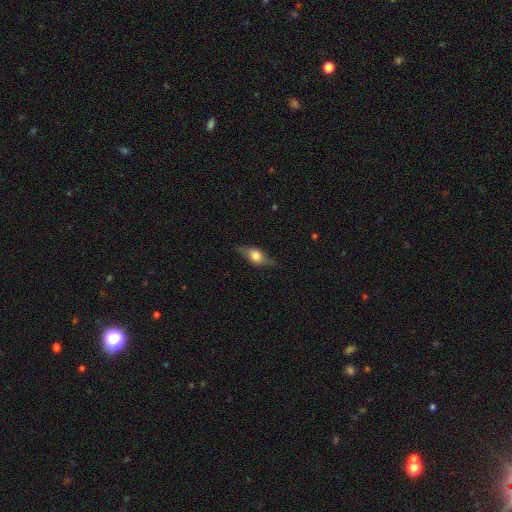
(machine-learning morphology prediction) Smooth or featured? Predicted: featured or disk (p=0.52). Edge-on disk? Predicted: yes (p=0.87). Merging? Predicted: none (p=0.77).